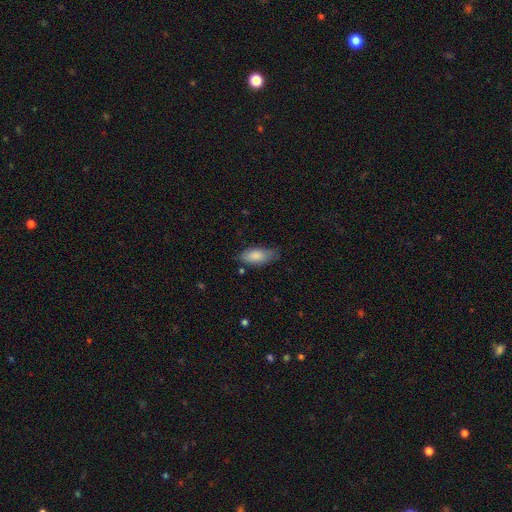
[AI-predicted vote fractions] A smooth galaxy with no disk features (83%) that is in between round and cigar-shaped (87%). Merging: none (64%).